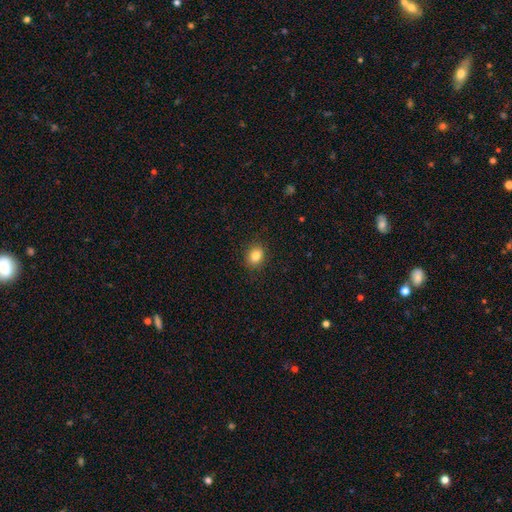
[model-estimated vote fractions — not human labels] Smooth or featured? Predicted: smooth (p=0.83). How rounded? Predicted: round (p=0.51). Merging? Predicted: none (p=0.89).